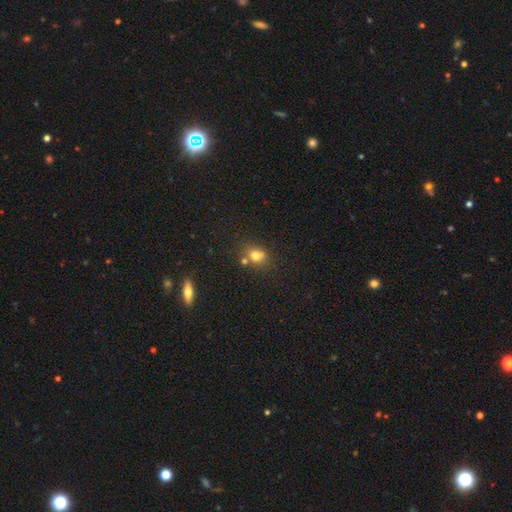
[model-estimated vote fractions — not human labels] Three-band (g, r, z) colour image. It shows a smooth galaxy with no disk features (71%) that is round (64%). Merging: none (53%).